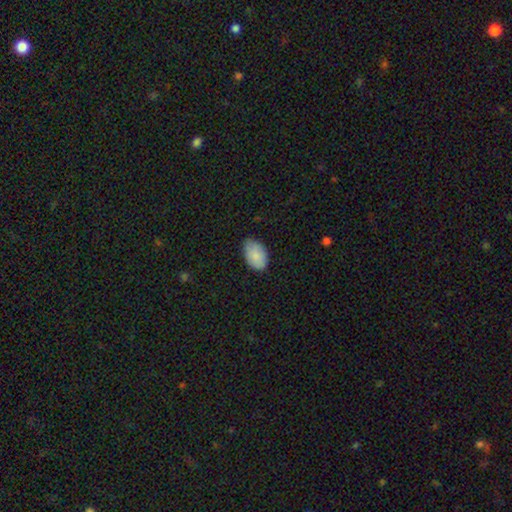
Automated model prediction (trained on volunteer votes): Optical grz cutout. It shows a smooth galaxy with no disk features (88%) that is in between round and cigar-shaped (93%). Merging: none (75%).